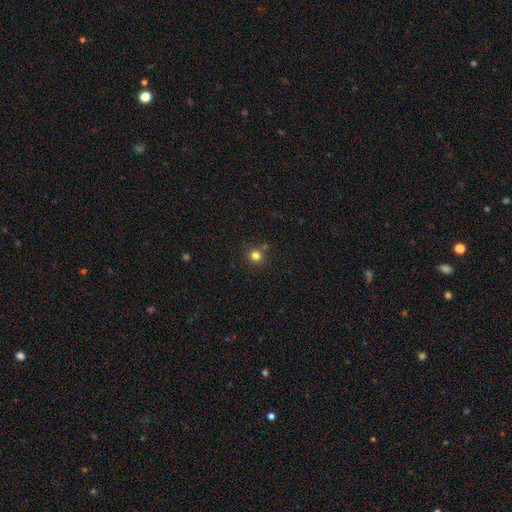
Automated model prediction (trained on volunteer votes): A smooth galaxy with no disk features (79%) that is round (92%).

Vote fractions:
- Smooth or featured? smooth: 79% / star or artifact: 16% / featured or disk: 6%
- How rounded? round: 92% / in between: 7% / cigar-shaped: 1%
- Merging? none: 79% / merger: 10% / minor disturbance: 9% / major disturbance: 3%